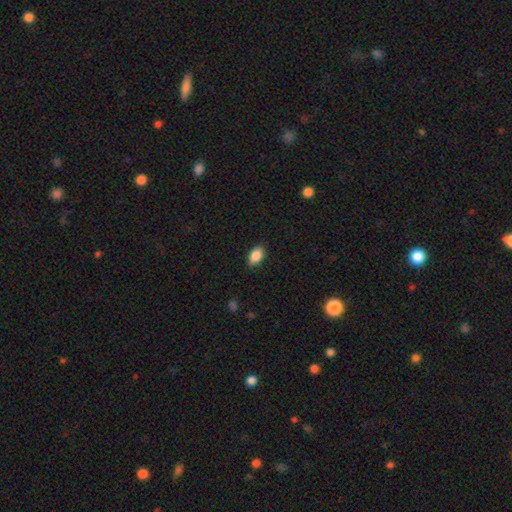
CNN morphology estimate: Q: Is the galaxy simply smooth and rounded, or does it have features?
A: smooth — 88%.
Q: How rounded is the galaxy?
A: in between — 90%.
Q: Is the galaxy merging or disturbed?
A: none — 85%.